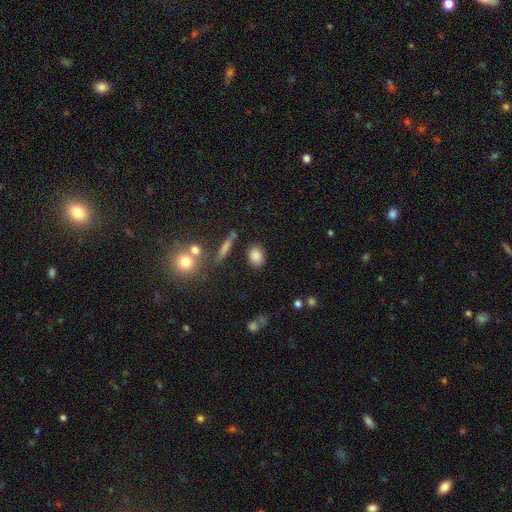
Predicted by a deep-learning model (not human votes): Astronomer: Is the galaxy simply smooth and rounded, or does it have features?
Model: smooth — 84%.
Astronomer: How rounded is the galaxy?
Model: in between — 64%.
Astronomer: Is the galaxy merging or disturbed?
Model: none — 82%.